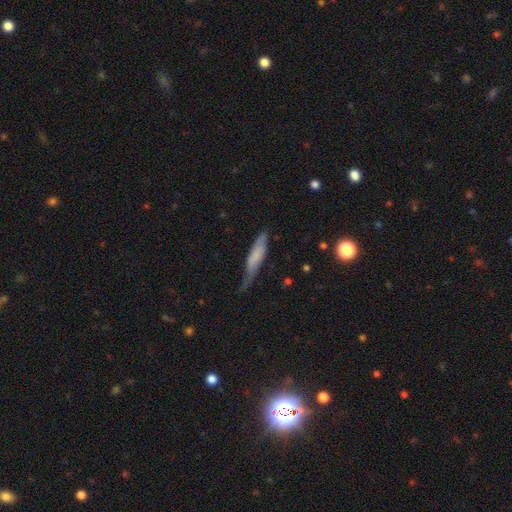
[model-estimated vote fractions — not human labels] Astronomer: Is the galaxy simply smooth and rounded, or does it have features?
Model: smooth — 62%.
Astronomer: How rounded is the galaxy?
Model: cigar-shaped — 78%.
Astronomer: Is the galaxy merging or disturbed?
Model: none — 41%, tied with minor disturbance at 41%.